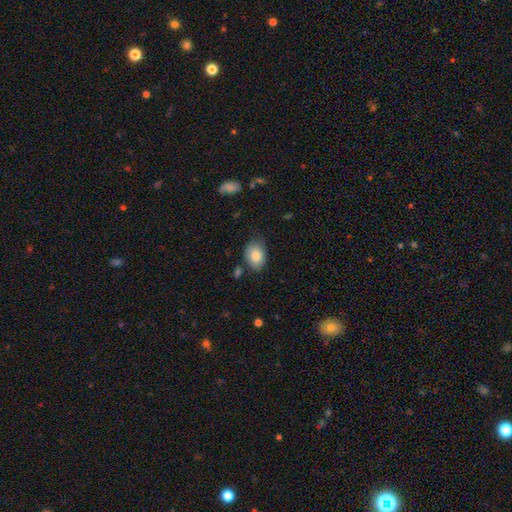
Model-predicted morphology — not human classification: A smooth galaxy with no disk features (84%) that is in between round and cigar-shaped (79%).

Vote fractions:
- Smooth or featured? smooth: 84% / featured or disk: 9% / star or artifact: 7%
- How rounded? in between: 79% / round: 20% / cigar-shaped: 1%
- Merging? none: 71% / minor disturbance: 21% / major disturbance: 4% / merger: 3%